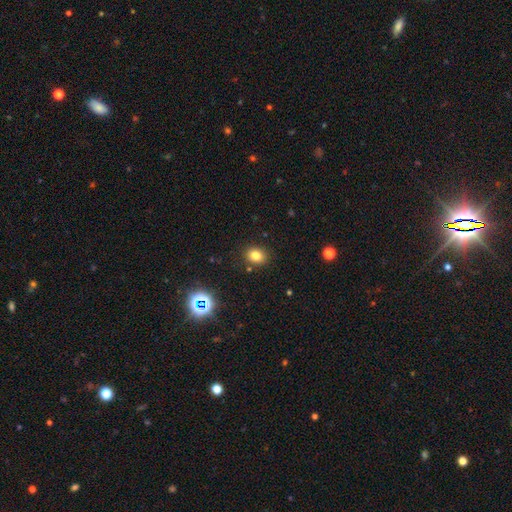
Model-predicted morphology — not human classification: smooth_or_featured: smooth (p=0.79) [alt: star or artifact p=0.14]
how_rounded: in between (p=0.50) [alt: round p=0.49]
merging: none (p=0.86) [alt: minor disturbance p=0.09]